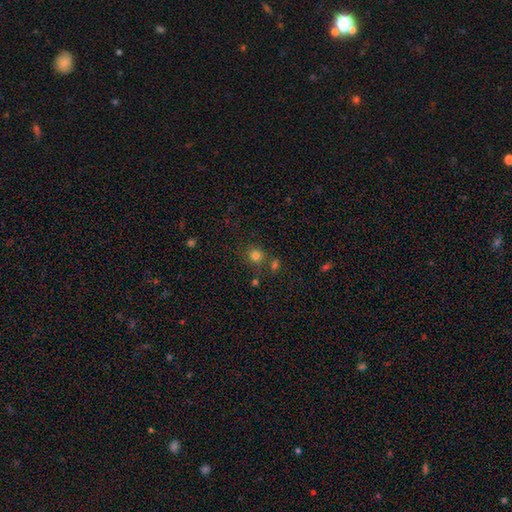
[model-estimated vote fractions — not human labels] This is likely a smooth galaxy (78%). How rounded: clearly round (85%). Merging: likely none (70%).